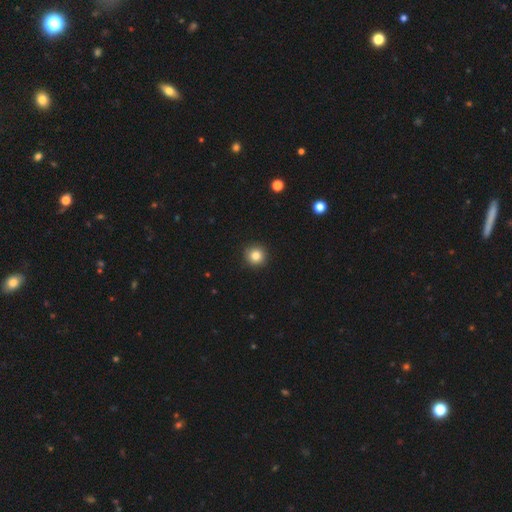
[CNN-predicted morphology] Overall: smooth (83%). How rounded: round (95%). Merging: none (93%).